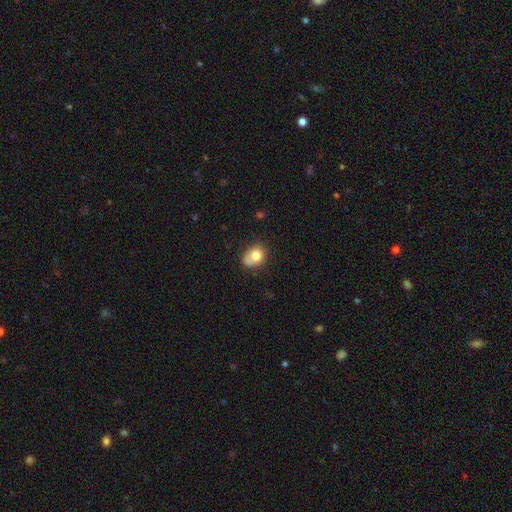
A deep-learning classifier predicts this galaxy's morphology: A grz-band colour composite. It shows a smooth galaxy with no disk features (77%) that is in between round and cigar-shaped (52%). Merging: none (53%).